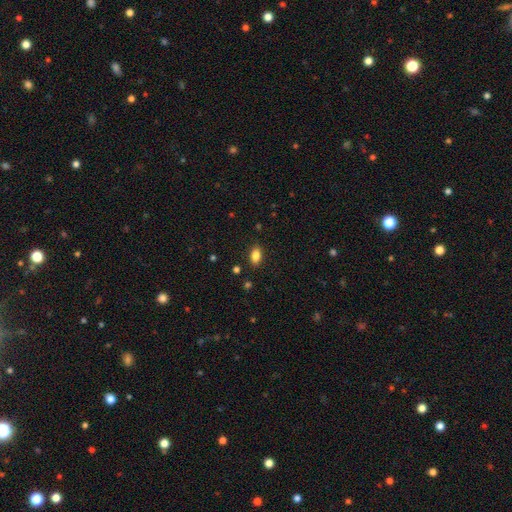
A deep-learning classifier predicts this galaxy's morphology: type=smooth (84%); roundness=in between (88%); merging=none (87%).